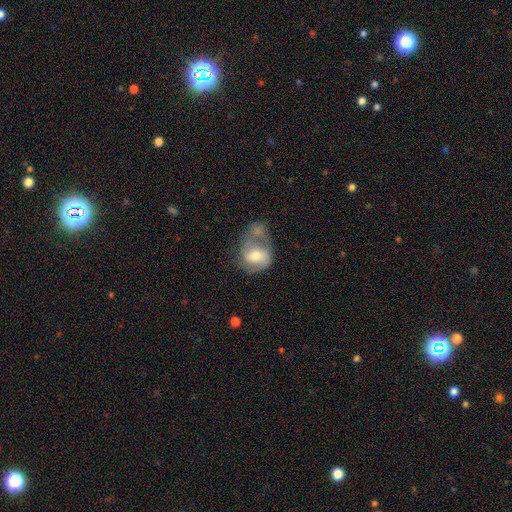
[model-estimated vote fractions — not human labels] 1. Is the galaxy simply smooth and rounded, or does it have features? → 53% featured or disk, 40% smooth, 7% star or artifact.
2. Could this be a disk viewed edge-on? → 97% no, 3% yes.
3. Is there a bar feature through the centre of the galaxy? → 56% no, 35% weak, 9% strong.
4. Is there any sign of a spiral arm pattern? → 73% yes, 27% no.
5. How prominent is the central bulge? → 62% moderate, 26% small, 8% large, 2% none, 1% dominant.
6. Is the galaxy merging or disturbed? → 45% merger, 21% none, 17% major disturbance, 17% minor disturbance.